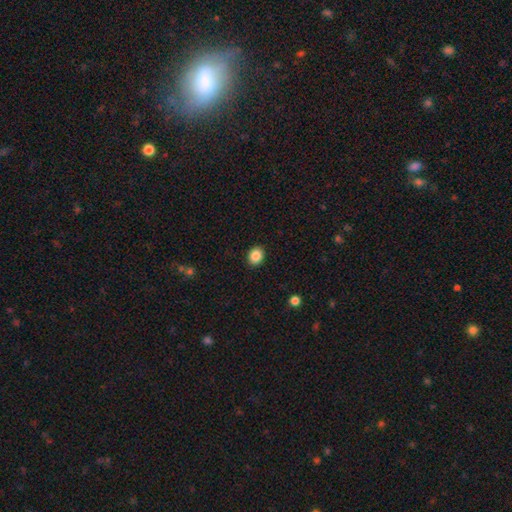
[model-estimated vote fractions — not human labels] A smooth galaxy with no disk features (87%) that is round (60%).

Vote fractions:
- Smooth or featured? smooth: 87% / star or artifact: 9% / featured or disk: 4%
- How rounded? round: 60% / in between: 40% / cigar-shaped: 1%
- Merging? none: 91% / minor disturbance: 7% / major disturbance: 2% / merger: 1%